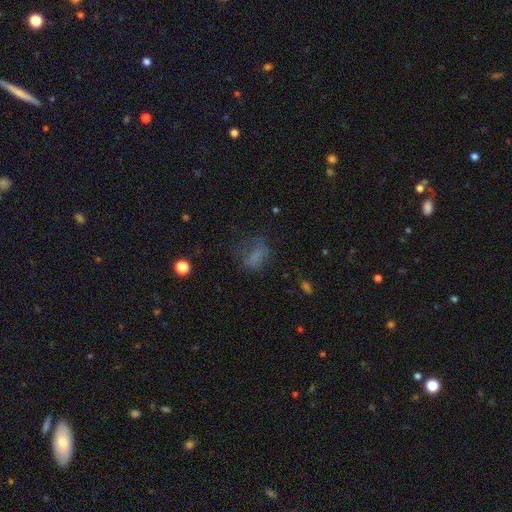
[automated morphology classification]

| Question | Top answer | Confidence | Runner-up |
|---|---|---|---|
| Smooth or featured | smooth | 61% | star or artifact (20%) |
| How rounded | in between | 70% | round (23%) |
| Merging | none | 45% | major disturbance (29%) |